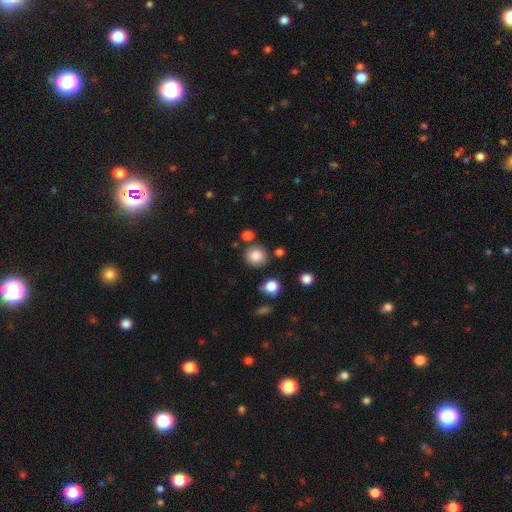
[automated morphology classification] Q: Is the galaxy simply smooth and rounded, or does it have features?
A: smooth — 84%.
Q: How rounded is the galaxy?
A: round — 91%.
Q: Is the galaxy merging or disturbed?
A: none — 82%.